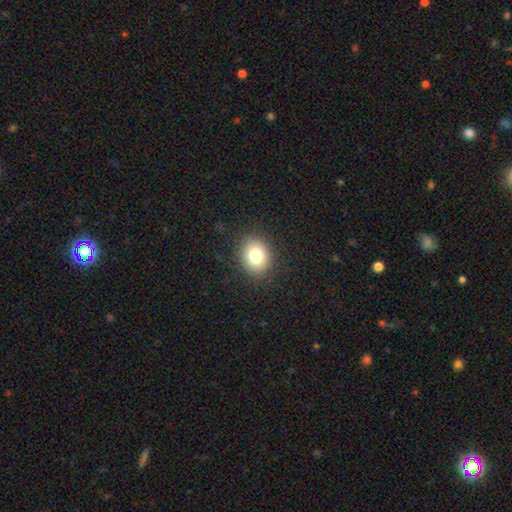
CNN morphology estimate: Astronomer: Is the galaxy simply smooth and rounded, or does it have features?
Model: smooth — 79%.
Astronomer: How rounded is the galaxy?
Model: round — 60% (runner-up: in between, 39%).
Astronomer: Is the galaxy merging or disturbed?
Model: none — 89%.